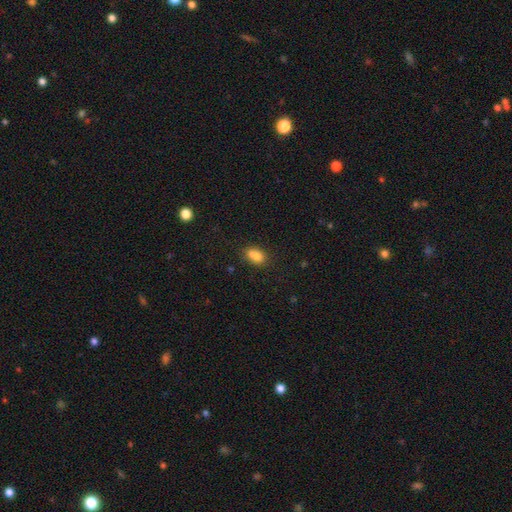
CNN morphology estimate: smooth-or-featured: smooth: 76% | featured or disk: 13% | star or artifact: 11%
  how-rounded: in between: 67% | round: 31% | cigar-shaped: 2%
  merging: none: 41% | merger: 39% | minor disturbance: 15% | major disturbance: 5%